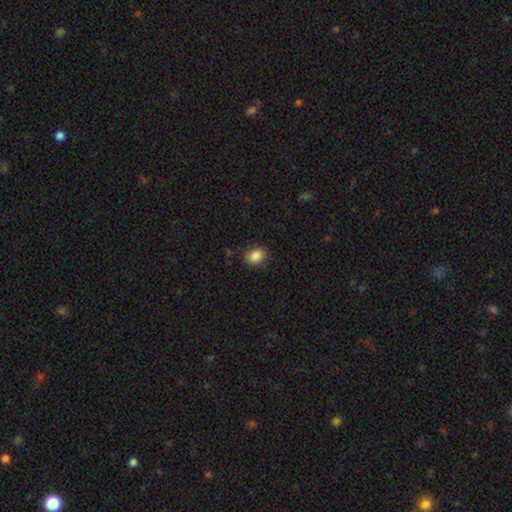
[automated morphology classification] Q: Smooth or featured?
A: smooth (86%); runner-up: star or artifact (9%)
Q: How rounded?
A: round (53%); runner-up: in between (46%)
Q: Merging?
A: none (88%); runner-up: minor disturbance (9%)